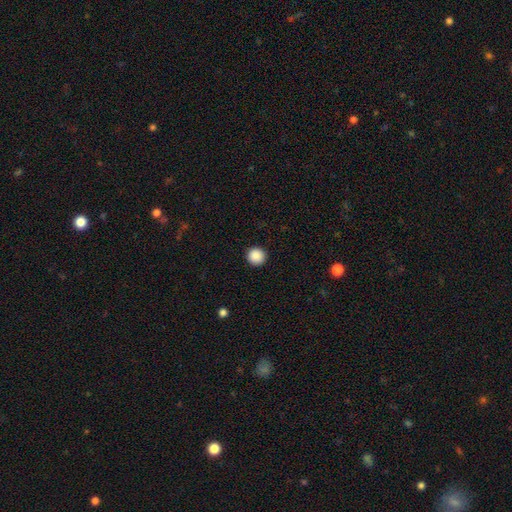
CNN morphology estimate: type=smooth (89%); roundness=round (95%); merging=none (92%).